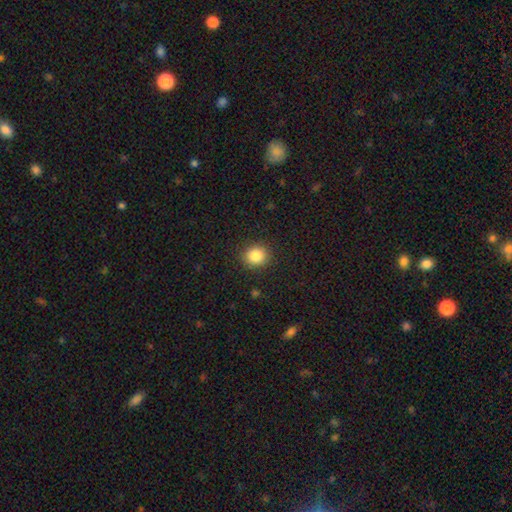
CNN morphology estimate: Smooth or featured? Predicted: smooth (p=0.85). How rounded? Predicted: round (p=0.80). Merging? Predicted: none (p=0.89).